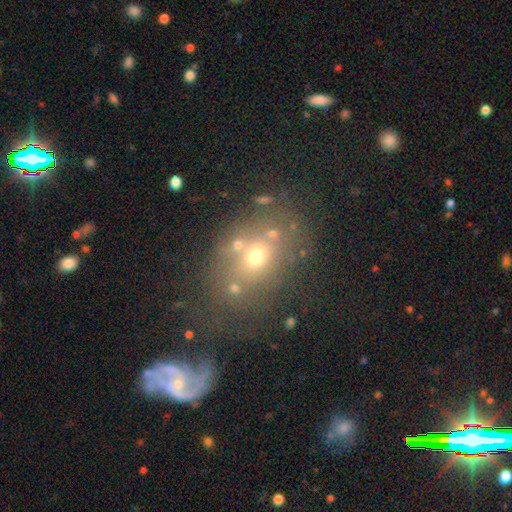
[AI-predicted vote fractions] Q: Smooth or featured?
A: smooth (58%); runner-up: star or artifact (22%)
Q: How rounded?
A: in between (57%); runner-up: round (41%)
Q: Merging?
A: none (64%); runner-up: minor disturbance (15%)